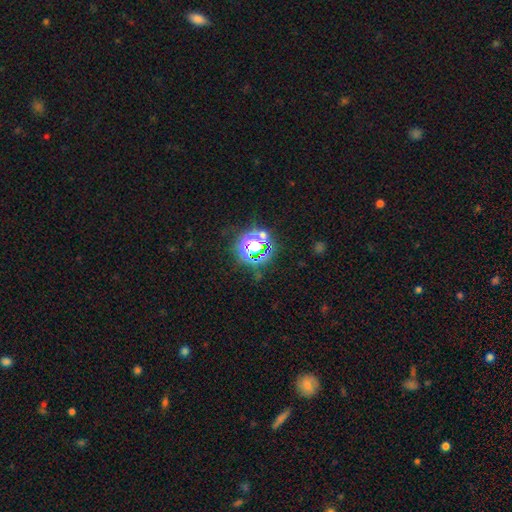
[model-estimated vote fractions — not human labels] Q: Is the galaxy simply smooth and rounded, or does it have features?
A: star or artifact — 75%.